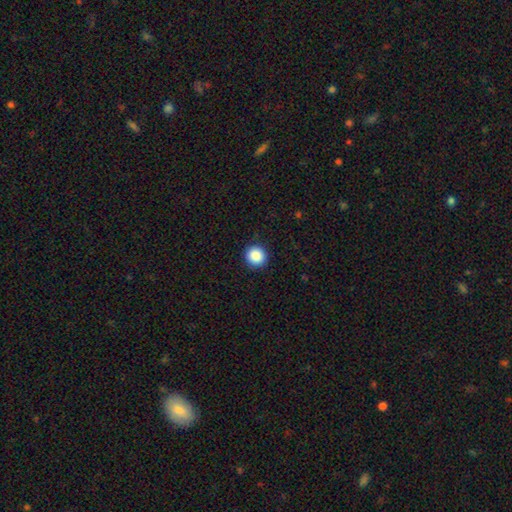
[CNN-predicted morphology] The model was most divided on "smooth or featured": smooth: 88%, star or artifact: 9%, featured or disk: 3%. More confident: how rounded — round (93%); merging — none (92%).